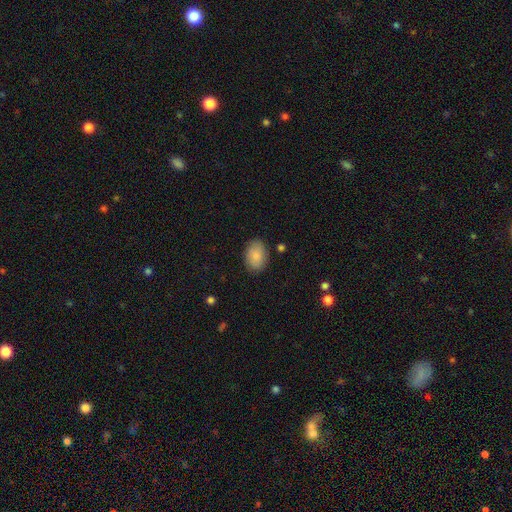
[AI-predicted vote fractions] Q: Smooth or featured?
A: smooth (86%); runner-up: featured or disk (8%)
Q: How rounded?
A: in between (84%); runner-up: round (14%)
Q: Merging?
A: none (85%); runner-up: minor disturbance (11%)